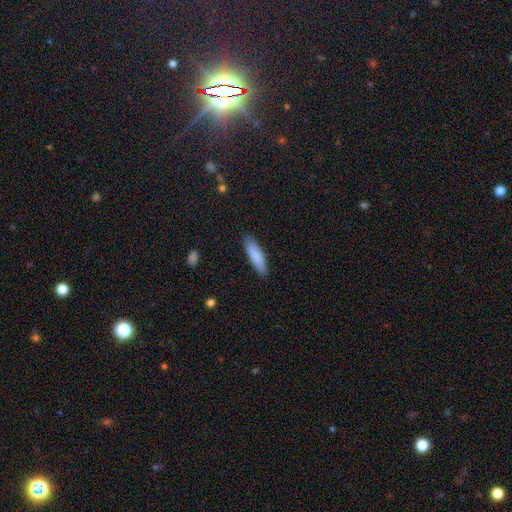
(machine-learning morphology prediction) Smooth or featured? smooth (84%)
How rounded? cigar-shaped (69%)
Merging? none (87%)